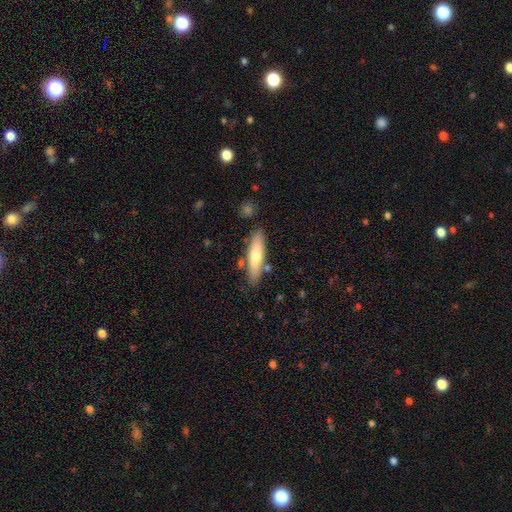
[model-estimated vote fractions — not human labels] This appears to be a smooth galaxy with no disk features (64%) that is cigar-shaped (69%). Merging: none (81%).